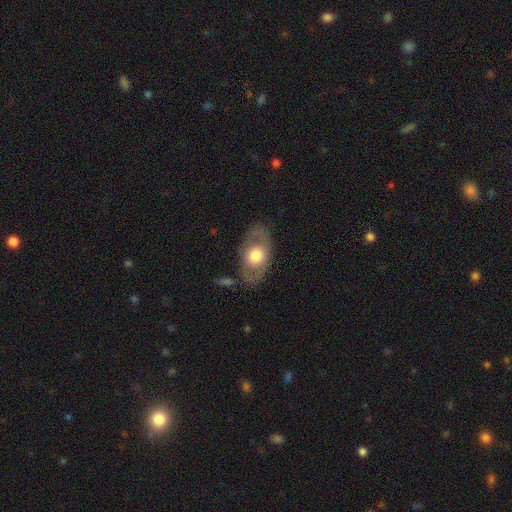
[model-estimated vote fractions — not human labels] This is possibly a smooth galaxy (52%). How rounded: clearly in between (85%). Merging: likely none (75%).